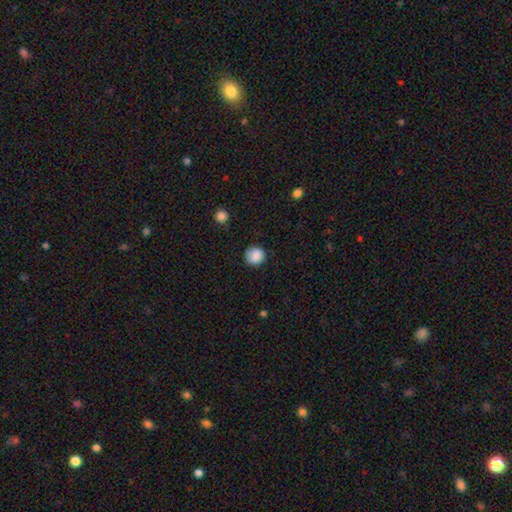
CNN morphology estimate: smooth-or-featured: smooth: 87% | star or artifact: 9% | featured or disk: 4%
  how-rounded: round: 91% | in between: 9% | cigar-shaped: 1%
  merging: none: 84% | minor disturbance: 12% | major disturbance: 3% | merger: 1%